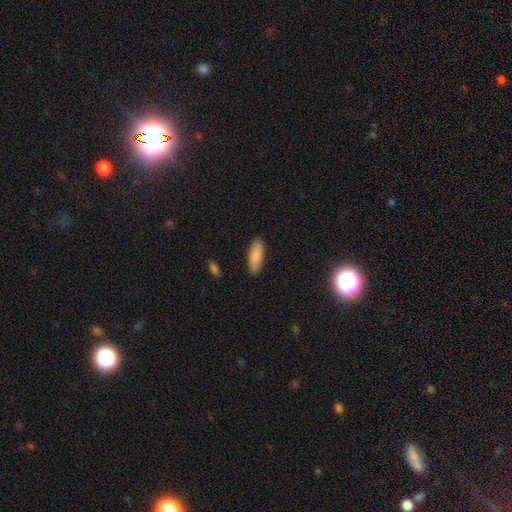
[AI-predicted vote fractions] smooth_or_featured: smooth (p=0.87) [alt: featured or disk p=0.07]
how_rounded: in between (p=0.64) [alt: cigar-shaped p=0.34]
merging: none (p=0.88) [alt: minor disturbance p=0.09]